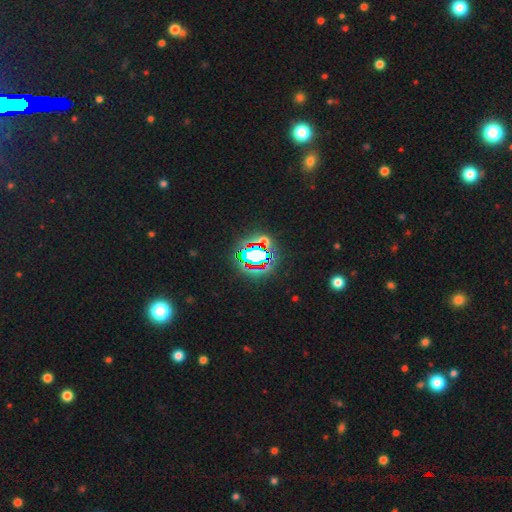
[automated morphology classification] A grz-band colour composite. It shows a star or artifact, not a galaxy (69%).